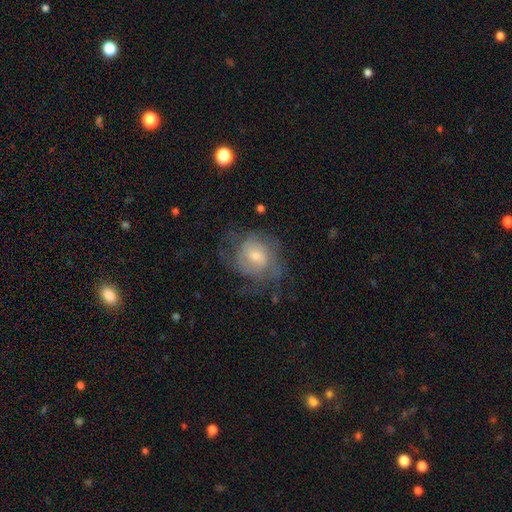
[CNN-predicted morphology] This is likely a featured or disk galaxy (66%). It is clearly not viewed edge-on (97%). Bar: likely no (61%). Spiral arm pattern: clearly yes (82%). Spiral arm count: possibly can't tell (46%). Spiral winding: possibly tight (48%). Central bulge: possibly small (48%). Merging: possibly none (59%).